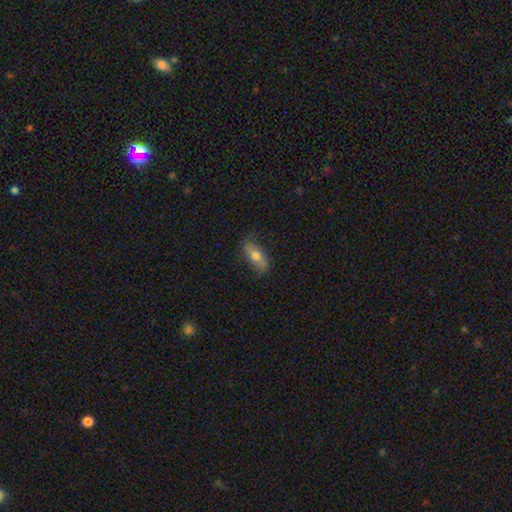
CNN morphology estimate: smooth-or-featured: smooth: 60% | featured or disk: 33% | star or artifact: 7%
  how-rounded: in between: 77% | cigar-shaped: 18% | round: 5%
  merging: none: 75% | minor disturbance: 19% | major disturbance: 5% | merger: 1%